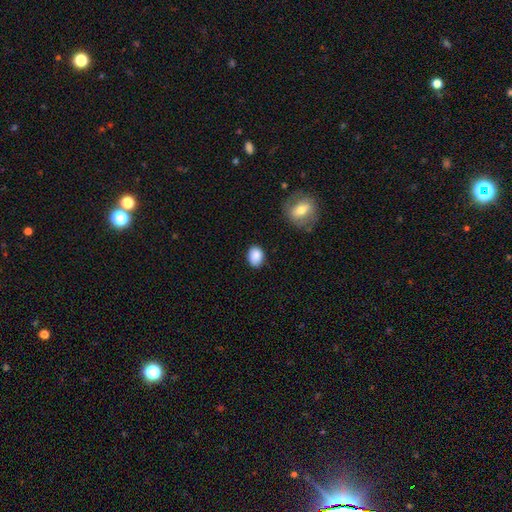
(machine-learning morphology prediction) Smooth or featured: smooth — 87% (star or artifact — 8%)
How rounded: in between — 60% (round — 38%)
Merging: none — 80% (minor disturbance — 16%)